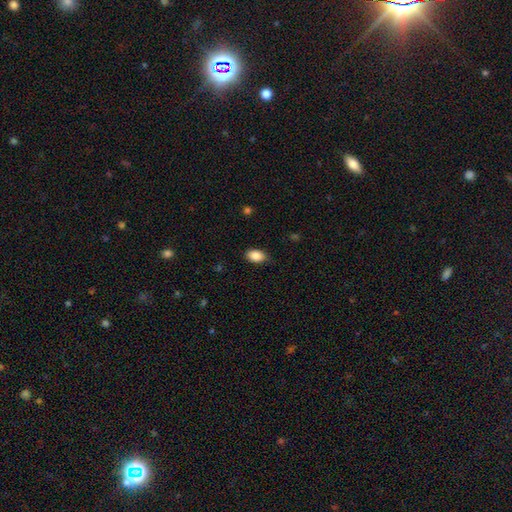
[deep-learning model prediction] smooth-or-featured: smooth: 87% | star or artifact: 7% | featured or disk: 5%
  how-rounded: in between: 90% | round: 8% | cigar-shaped: 2%
  merging: none: 83% | minor disturbance: 14% | major disturbance: 2% | merger: 1%